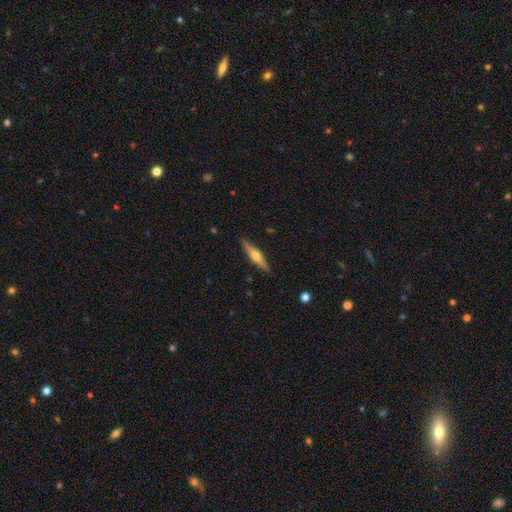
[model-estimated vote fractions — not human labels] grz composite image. It shows a featured or disk galaxy (56%) viewed edge-on (95%) with a rounded central bulge (91%). Merging: none (90%).